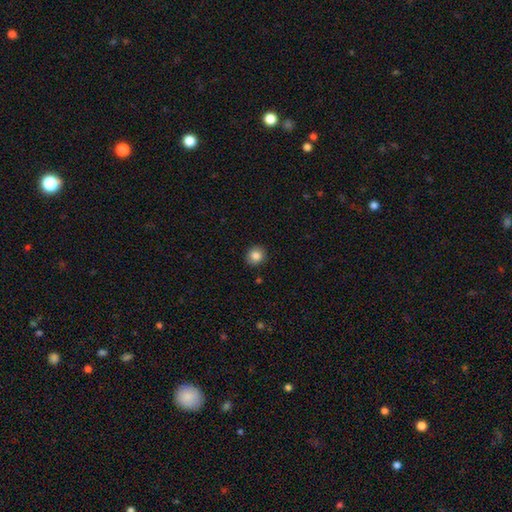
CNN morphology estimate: type=smooth (85%); roundness=round (84%); merging=none (90%).